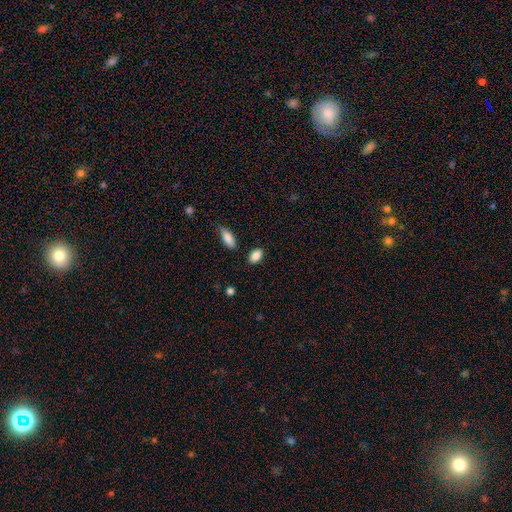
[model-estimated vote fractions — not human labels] Smooth or featured? Predicted: smooth (p=0.88). How rounded? Predicted: in between (p=0.88). Merging? Predicted: none (p=0.83).